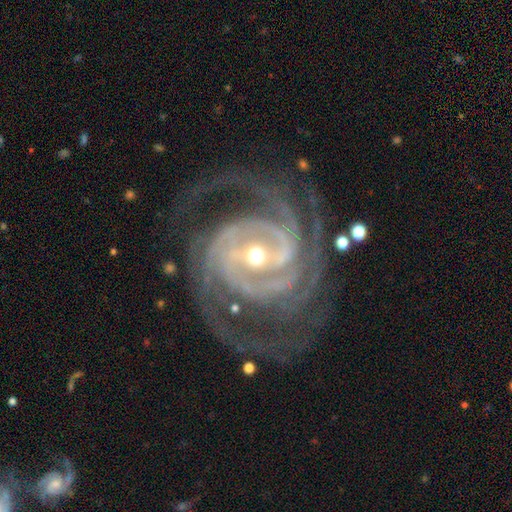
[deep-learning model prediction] This appears to be a featured or disk galaxy (93%) with a weak bar (35%), 2 (33%) tight (55%) spiral arms (98%) and a moderate central bulge (51%). Merging: none (64%).